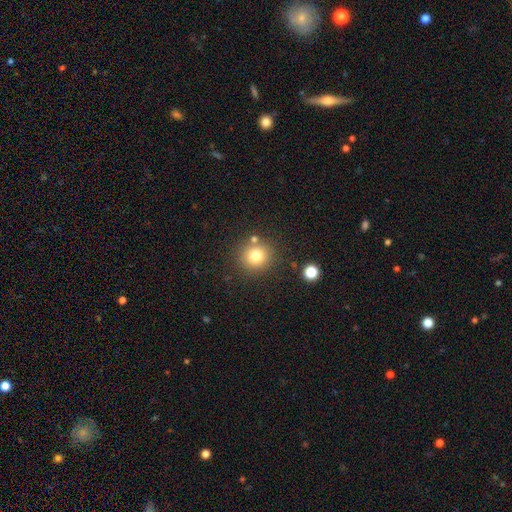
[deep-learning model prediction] Morphology: type=smooth (77%); roundness=round (92%); merging=none (81%).